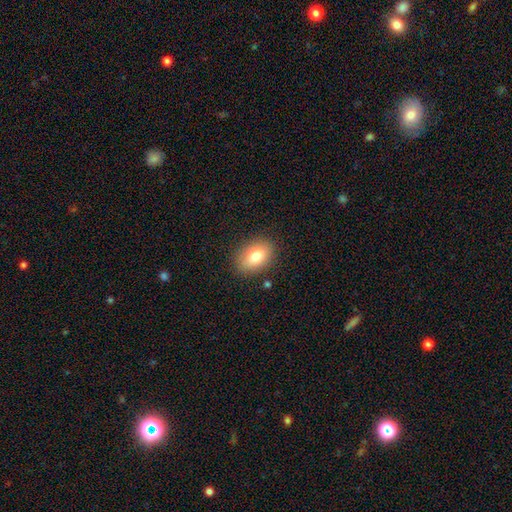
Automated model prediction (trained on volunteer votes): smooth_or_featured: smooth (p=0.80) [alt: featured or disk p=0.12]
how_rounded: in between (p=0.82) [alt: round p=0.17]
merging: none (p=0.85) [alt: minor disturbance p=0.10]